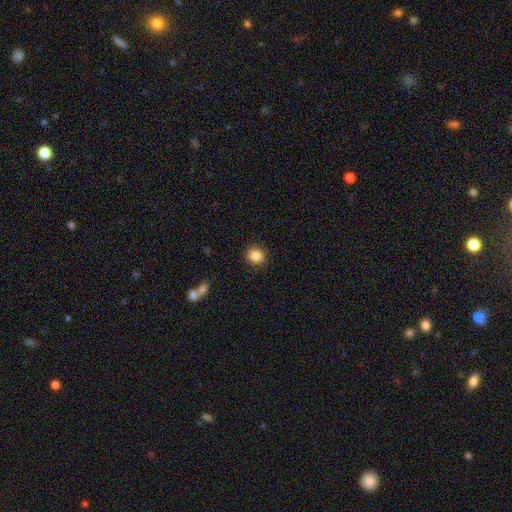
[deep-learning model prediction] Smooth or featured: smooth — 86% (star or artifact — 10%)
How rounded: round — 88% (in between — 11%)
Merging: none — 90% (minor disturbance — 6%)